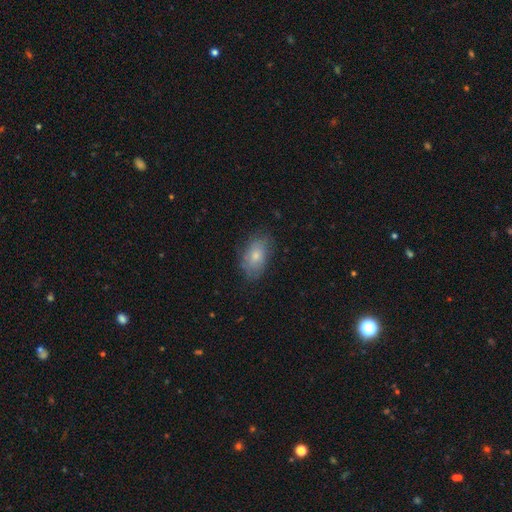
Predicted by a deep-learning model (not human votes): The model was most divided on "smooth or featured": smooth: 69%, featured or disk: 24%, star or artifact: 7%. More confident: how rounded — in between (91%); merging — none (70%).